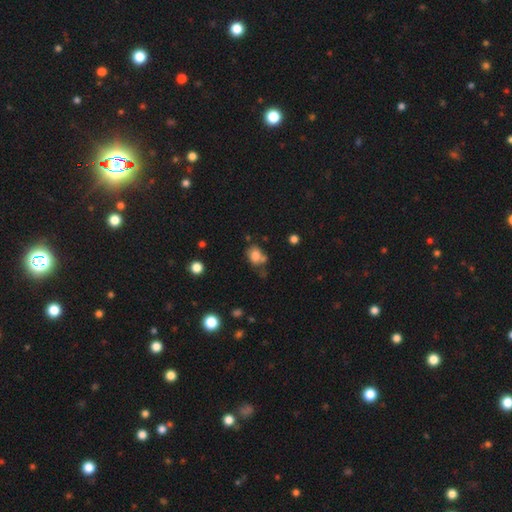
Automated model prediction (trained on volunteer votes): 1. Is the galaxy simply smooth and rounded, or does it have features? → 77% smooth, 13% star or artifact, 11% featured or disk.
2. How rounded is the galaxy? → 52% in between, 47% round, 1% cigar-shaped.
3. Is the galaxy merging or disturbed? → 47% none, 24% merger, 21% minor disturbance, 9% major disturbance.